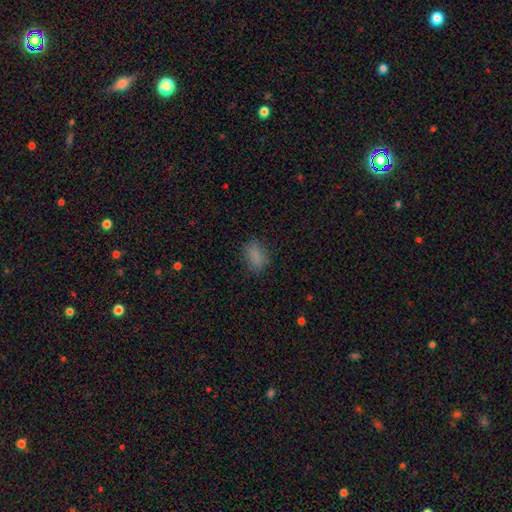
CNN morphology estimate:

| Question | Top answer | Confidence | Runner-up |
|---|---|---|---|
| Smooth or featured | smooth | 82% | star or artifact (12%) |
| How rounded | in between | 83% | round (15%) |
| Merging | none | 78% | minor disturbance (16%) |